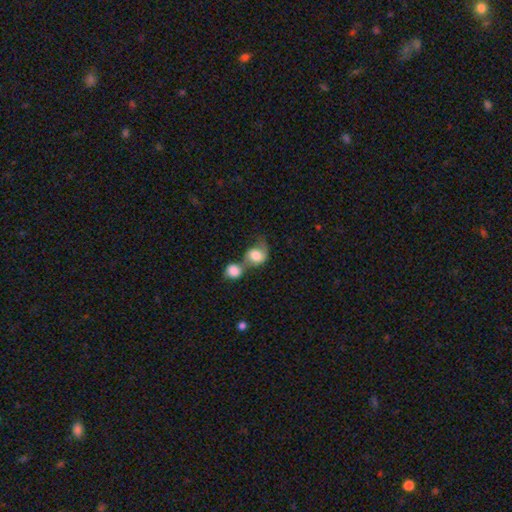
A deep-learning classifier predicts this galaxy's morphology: The model was most divided on "how rounded": round: 62%, in between: 37%, cigar-shaped: 1%. More confident: smooth or featured — smooth (67%); merging — merger (62%).